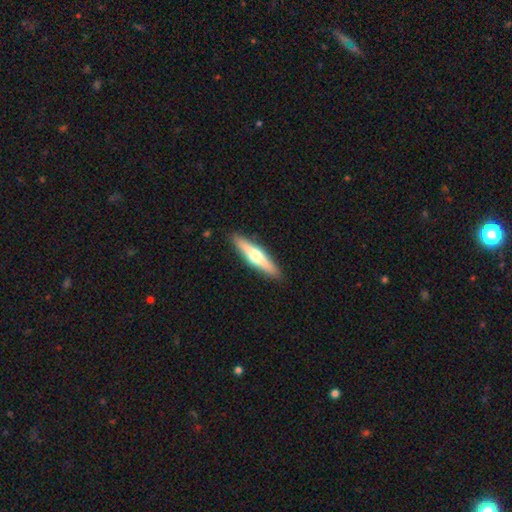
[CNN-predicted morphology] smooth_or_featured: featured or disk (p=0.55) [alt: smooth p=0.40]
disk_edge_on: yes (p=0.95) [alt: no p=0.05]
edge_on_bulge: rounded (p=0.92) [alt: none p=0.04]
merging: none (p=0.90) [alt: minor disturbance p=0.07]